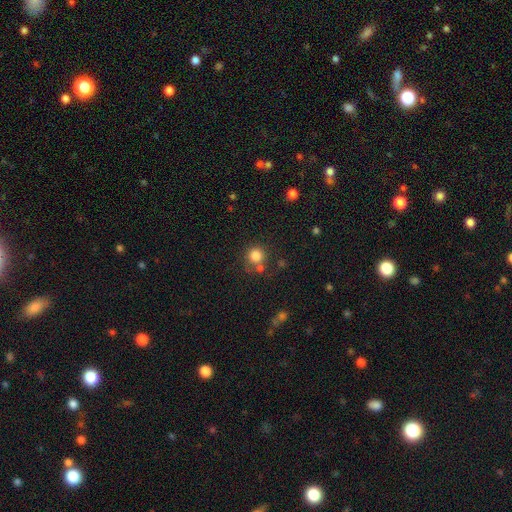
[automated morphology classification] This appears to be a smooth galaxy with no disk features (82%) that is round (91%). Merging: none (66%).